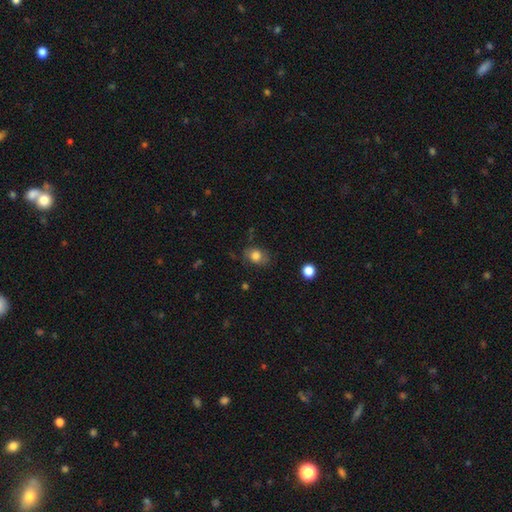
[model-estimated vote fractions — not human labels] This appears to be a smooth galaxy with no disk features (79%) that is in between round and cigar-shaped (60%). Merging: none (71%).